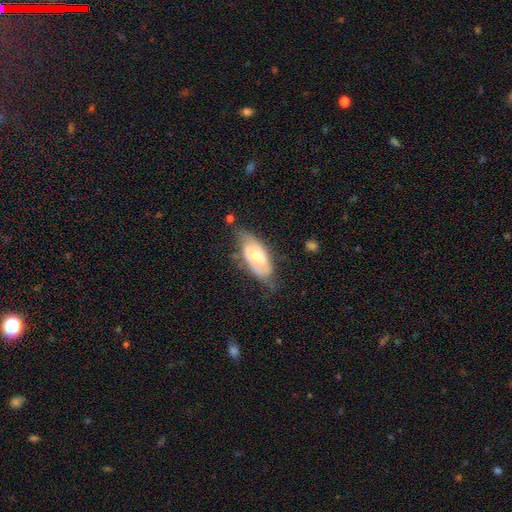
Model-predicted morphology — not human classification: type=featured or disk (57%); edge-on=no (87%); merging=none (57%).